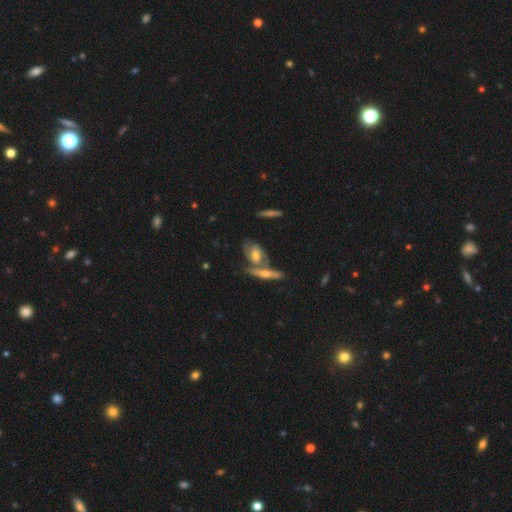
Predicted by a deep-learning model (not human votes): Morphology: type=featured or disk (67%); edge-on=no (51%); merging=none (44%).